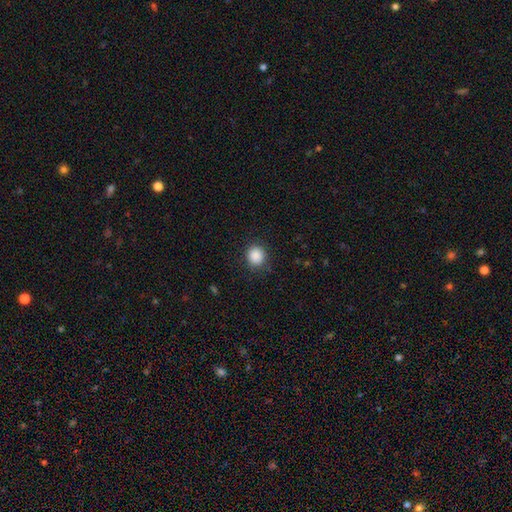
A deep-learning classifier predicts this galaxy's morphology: type=smooth (88%); roundness=round (85%); merging=none (86%).